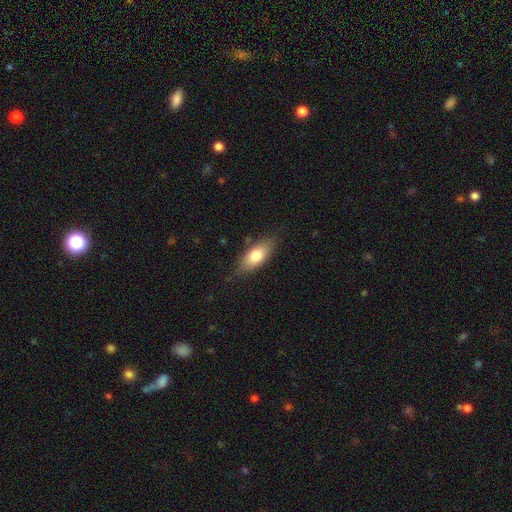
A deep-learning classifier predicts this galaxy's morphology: Smooth or featured?
  - smooth: 75% *
  - featured or disk: 19%
  - star or artifact: 7%
How rounded?
  - in between: 81% *
  - cigar-shaped: 15%
  - round: 3%
Merging?
  - none: 78% *
  - minor disturbance: 17%
  - major disturbance: 4%
  - merger: 1%